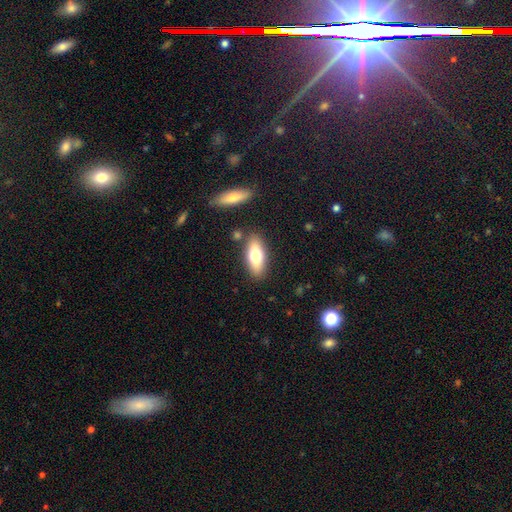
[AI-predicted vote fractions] This is likely a smooth galaxy (72%). How rounded: likely in between (76%). Merging: clearly none (82%).